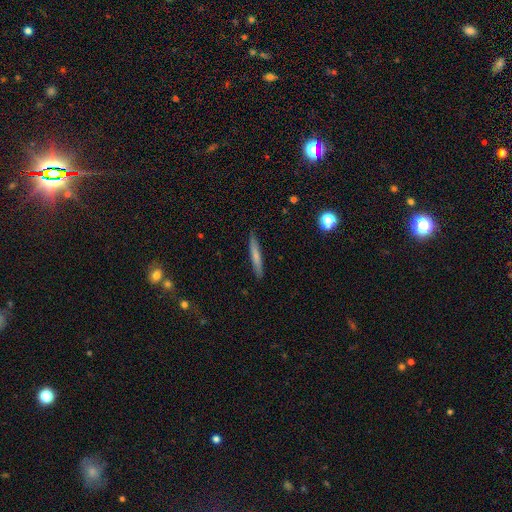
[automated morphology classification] Smooth or featured? smooth (67%)
How rounded? cigar-shaped (95%)
Merging? none (89%)